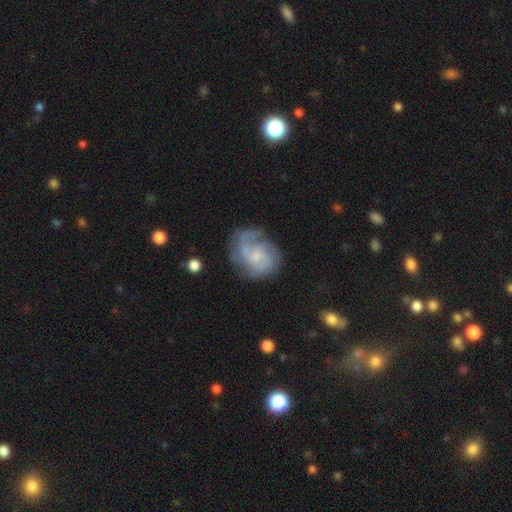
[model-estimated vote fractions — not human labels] This appears to be a featured or disk galaxy (74%) with no bar (62%), 2 (33%) medium (45%) spiral arms (91%) and a small central bulge (50%). Merging: none (61%).